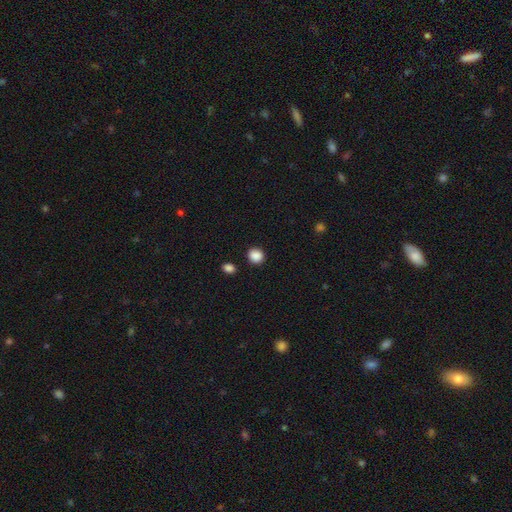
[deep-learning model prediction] The model was most divided on "how rounded": round: 80%, in between: 19%, cigar-shaped: 1%. More confident: smooth or featured — smooth (88%); merging — none (86%).